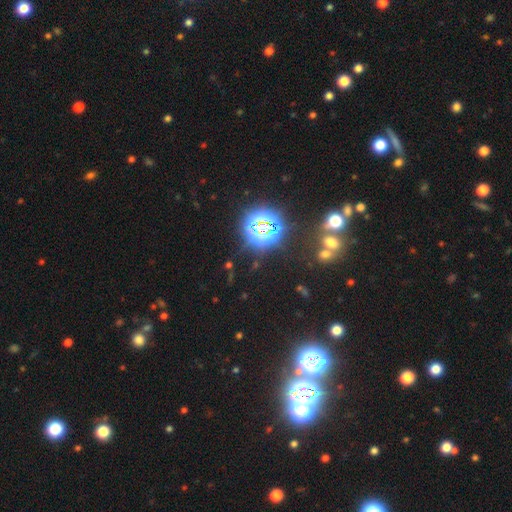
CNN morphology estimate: smooth_or_featured: star or artifact (p=0.78) [alt: smooth p=0.15]